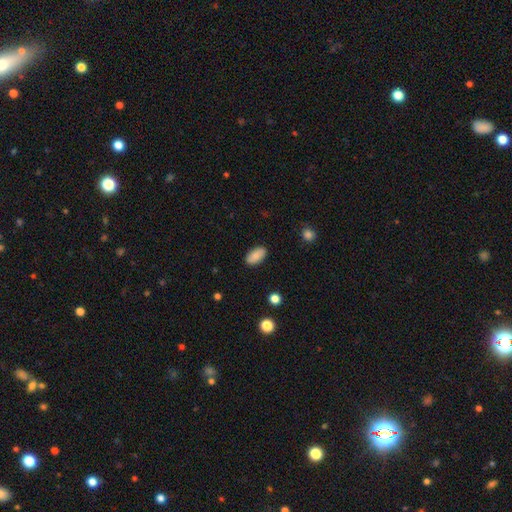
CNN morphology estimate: A smooth galaxy with no disk features (85%) that is in between round and cigar-shaped (94%). Merging: none (88%).